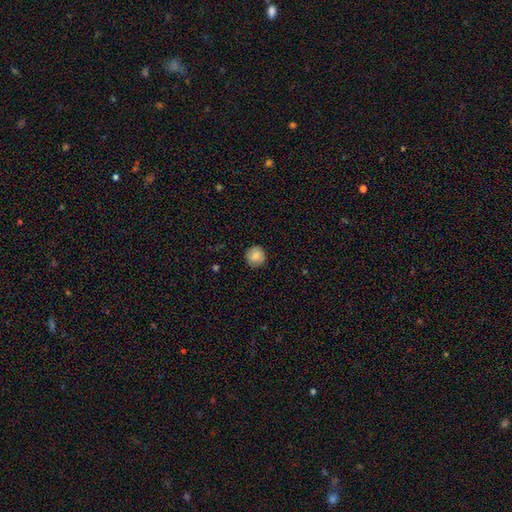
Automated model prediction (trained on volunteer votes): smooth_or_featured: smooth (p=0.80) [alt: featured or disk p=0.12]
how_rounded: round (p=0.94) [alt: in between p=0.05]
merging: none (p=0.88) [alt: minor disturbance p=0.09]